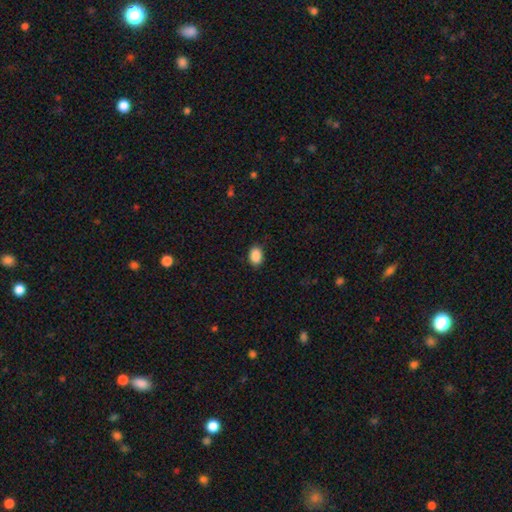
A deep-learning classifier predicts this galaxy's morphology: This is clearly a smooth galaxy (89%). How rounded: clearly in between (80%). Merging: clearly none (88%).